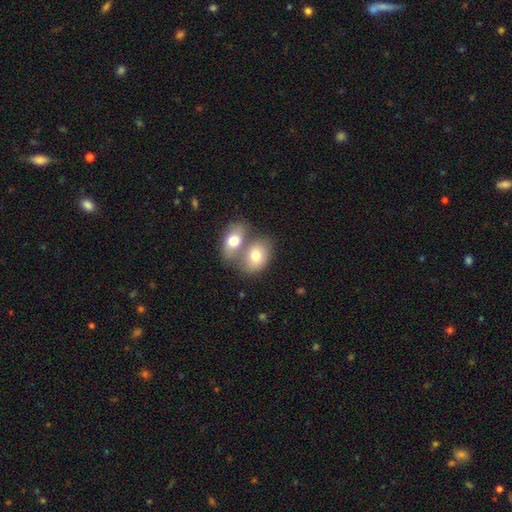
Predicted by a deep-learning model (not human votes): A smooth galaxy with no disk features (74%) that is in between round and cigar-shaped (77%).

Vote fractions:
- Smooth or featured? smooth: 74% / featured or disk: 19% / star or artifact: 7%
- How rounded? in between: 77% / round: 22% / cigar-shaped: 1%
- Merging? merger: 62% / none: 27% / minor disturbance: 8% / major disturbance: 3%